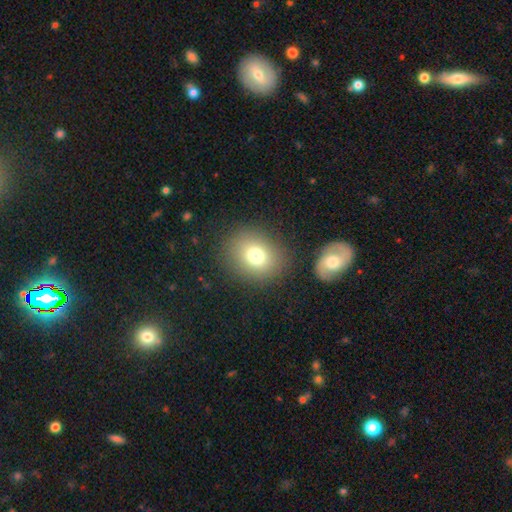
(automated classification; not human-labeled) The model was most divided on "how rounded": round: 62%, in between: 37%, cigar-shaped: 1%. More confident: merging — none (84%); smooth or featured — smooth (75%).